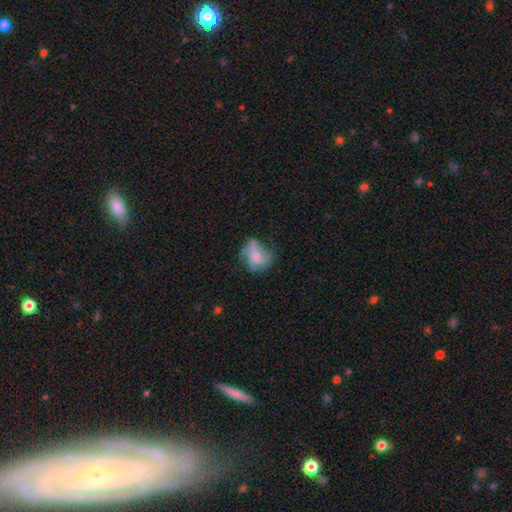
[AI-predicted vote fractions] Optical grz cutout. It shows a featured or disk galaxy (59%) with no bar (71%), spiral arms (81%) and a small central bulge (47%). Merging: none (53%).